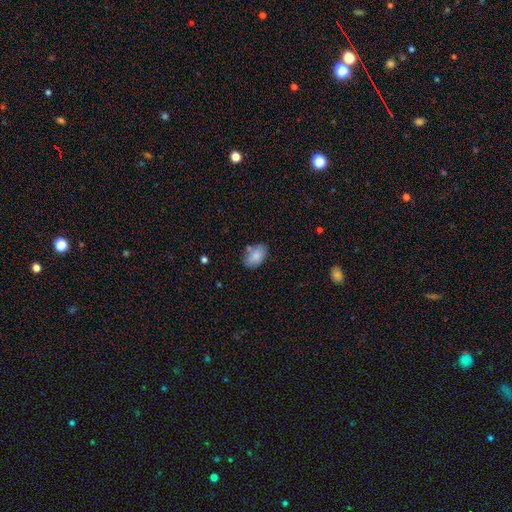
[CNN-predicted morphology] A smooth galaxy with no disk features (83%) that is in between round and cigar-shaped (92%). Merging: none (68%).